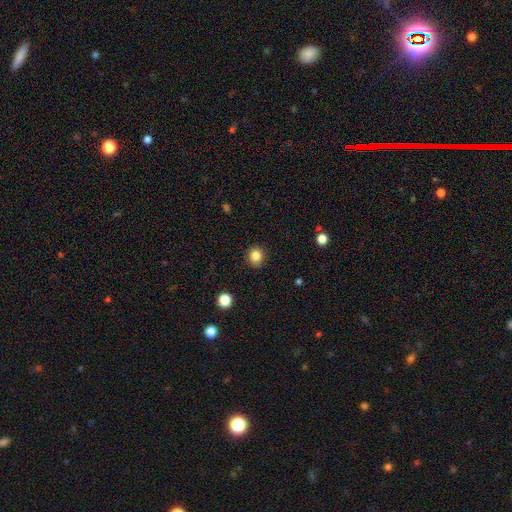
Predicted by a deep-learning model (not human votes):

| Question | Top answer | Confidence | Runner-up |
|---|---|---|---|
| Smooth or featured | smooth | 84% | star or artifact (11%) |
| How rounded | round | 80% | in between (19%) |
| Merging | none | 89% | minor disturbance (7%) |